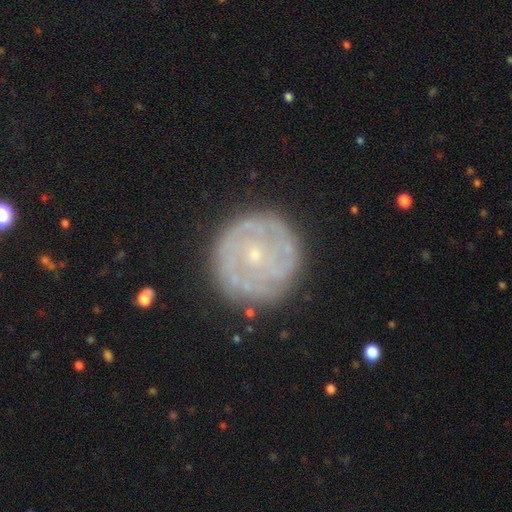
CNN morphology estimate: Smooth or featured? Predicted: featured or disk (p=0.72). Edge-on disk? Predicted: no (p=0.97). Bar? Predicted: no (p=0.79). Spiral arms? Predicted: yes (p=0.74). Spiral winding? Predicted: tight (p=0.73). Spiral arm count? Predicted: can't tell (p=0.47). Bulge size? Predicted: small (p=0.81). Merging? Predicted: none (p=0.81).